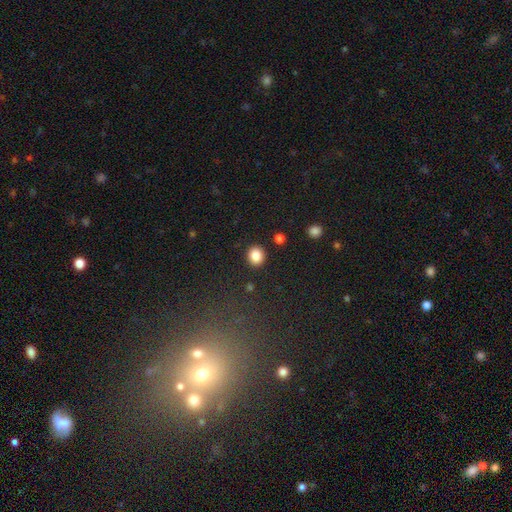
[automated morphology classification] This is clearly a smooth galaxy (86%). How rounded: likely round (78%). Merging: clearly none (90%).